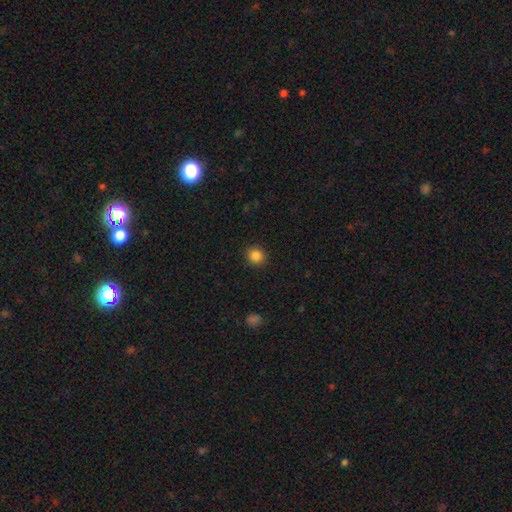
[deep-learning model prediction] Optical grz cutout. It shows a smooth galaxy with no disk features (85%) that is round (89%). Merging: none (91%).